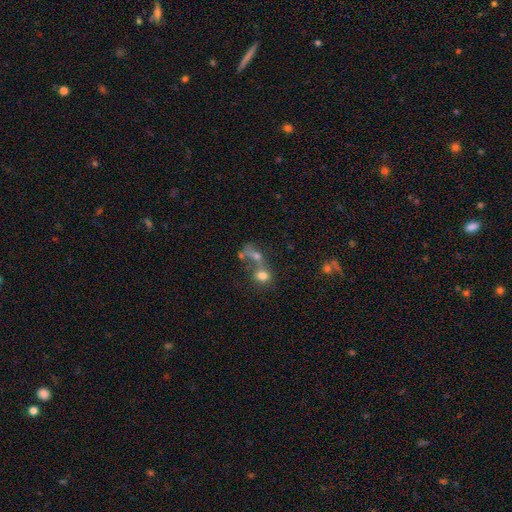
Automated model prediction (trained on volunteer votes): Smooth or featured? smooth (56%)
How rounded? round (59%)
Merging? merger (57%)